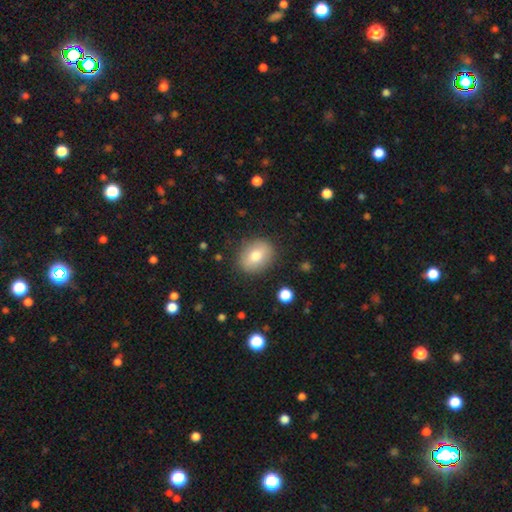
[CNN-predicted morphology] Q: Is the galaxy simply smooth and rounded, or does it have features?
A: smooth — 73%.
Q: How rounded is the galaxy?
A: in between — 51%.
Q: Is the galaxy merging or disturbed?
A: none — 85%.